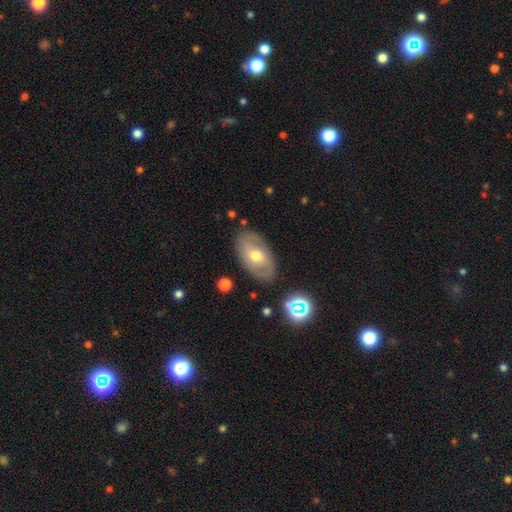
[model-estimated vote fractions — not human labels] Smooth or featured?
  - featured or disk: 53% *
  - smooth: 39%
  - star or artifact: 8%
Edge-on disk?
  - no: 91% *
  - yes: 9%
Merging?
  - none: 81% *
  - minor disturbance: 13%
  - major disturbance: 4%
  - merger: 2%